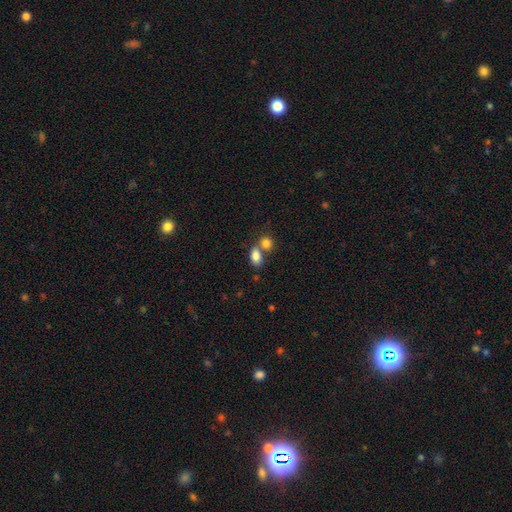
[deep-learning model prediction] Overall: smooth (84%). How rounded: in between (83%). Merging: merger (46%; none 41%).